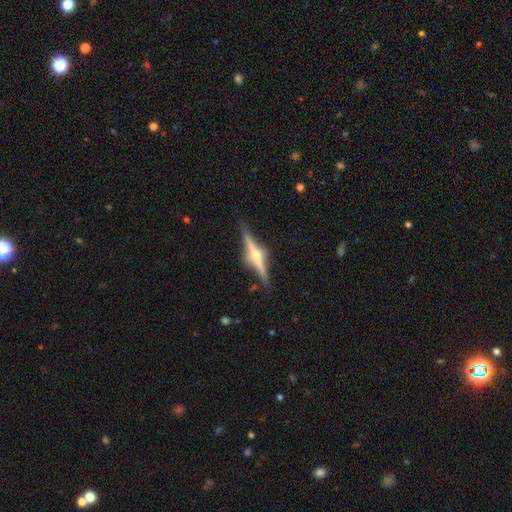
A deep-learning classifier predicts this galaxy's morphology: smooth-or-featured: featured or disk: 82% | smooth: 12% | star or artifact: 6%
  disk-edge-on: yes: 98% | no: 2%
    edge-on-bulge: rounded: 94% | boxy: 4% | none: 2%
  merging: none: 86% | minor disturbance: 10% | major disturbance: 3% | merger: 2%